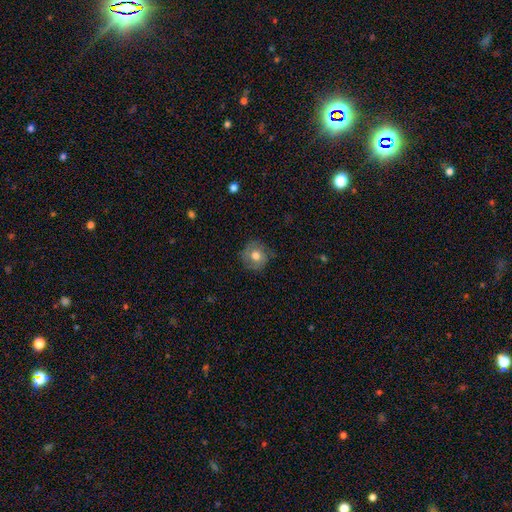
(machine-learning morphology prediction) Smooth or featured? smooth (69%)
How rounded? round (91%)
Merging? none (79%)